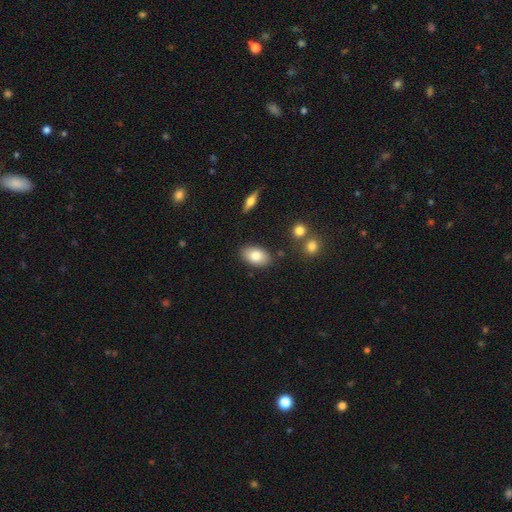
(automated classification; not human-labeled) The model was most divided on "smooth or featured": smooth: 81%, featured or disk: 12%, star or artifact: 7%. More confident: how rounded — in between (92%); merging — none (83%).